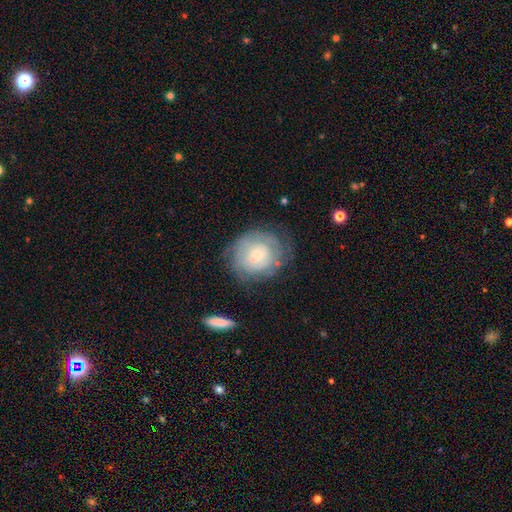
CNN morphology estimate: Q: Smooth or featured?
A: featured or disk (61%); runner-up: smooth (31%)
Q: Edge-on disk?
A: no (97%); runner-up: yes (3%)
Q: Bar?
A: no (77%); runner-up: weak (20%)
Q: Spiral arms?
A: yes (80%); runner-up: no (20%)
Q: Bulge size?
A: small (71%); runner-up: moderate (22%)
Q: Merging?
A: none (70%); runner-up: minor disturbance (18%)